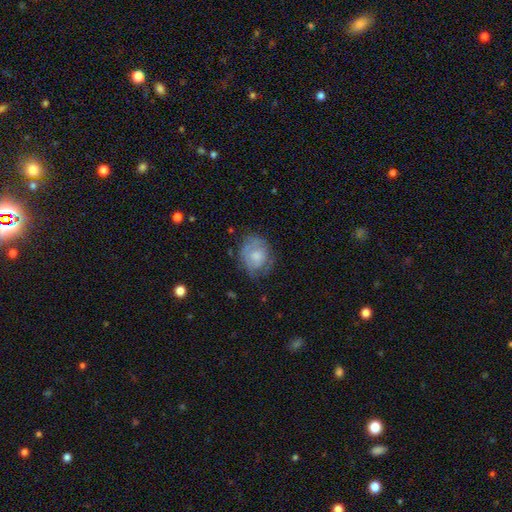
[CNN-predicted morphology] smooth 58%, featured or disk 34%, star or artifact 8%. Down the decision tree: how rounded — round (61%); merging — none (58%).